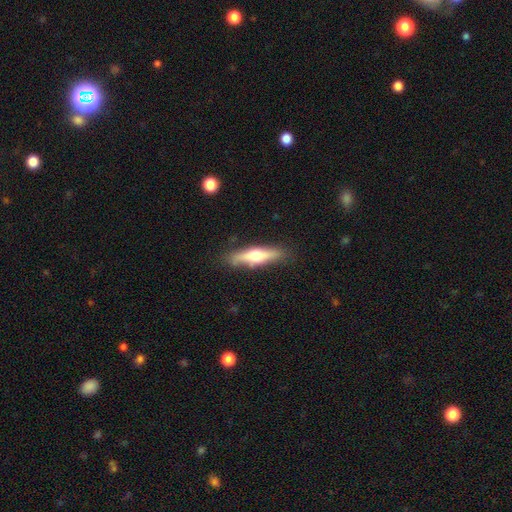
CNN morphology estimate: featured or disk 49%, smooth 45%, star or artifact 6%. Down the decision tree: merging — none (83%).